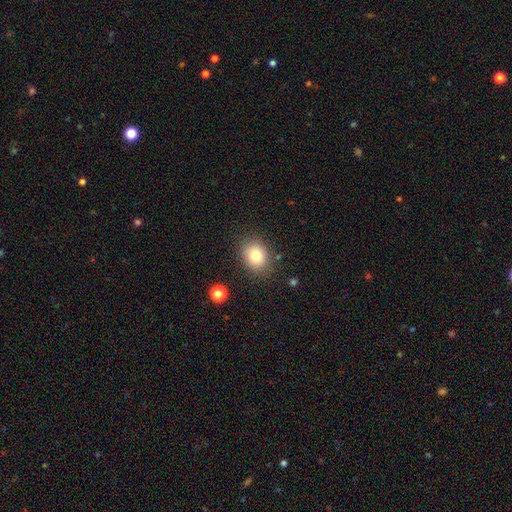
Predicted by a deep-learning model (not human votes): Q: Smooth or featured?
A: smooth (79%); runner-up: star or artifact (11%)
Q: How rounded?
A: round (51%); runner-up: in between (48%)
Q: Merging?
A: none (84%); runner-up: minor disturbance (11%)